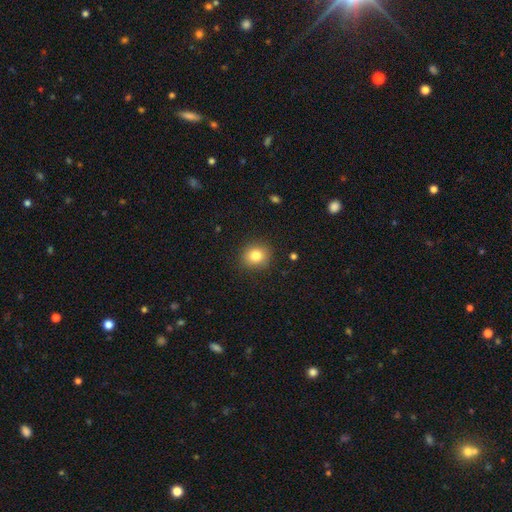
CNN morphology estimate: smooth 82%, star or artifact 11%, featured or disk 7%. Down the decision tree: how rounded — round (79%); merging — none (89%).